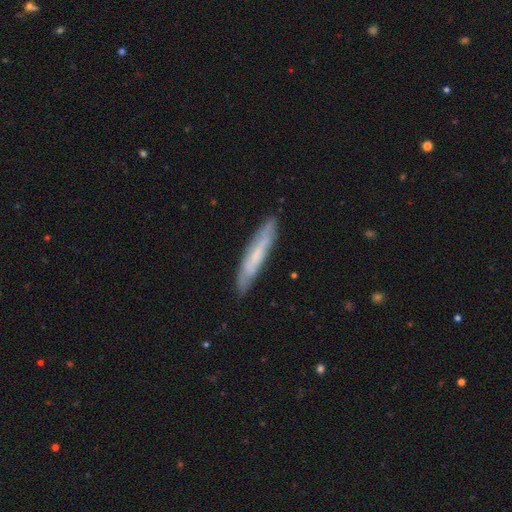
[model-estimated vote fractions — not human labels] Q: Smooth or featured?
A: featured or disk (48%); runner-up: smooth (46%)
Q: Merging?
A: none (82%); runner-up: minor disturbance (14%)